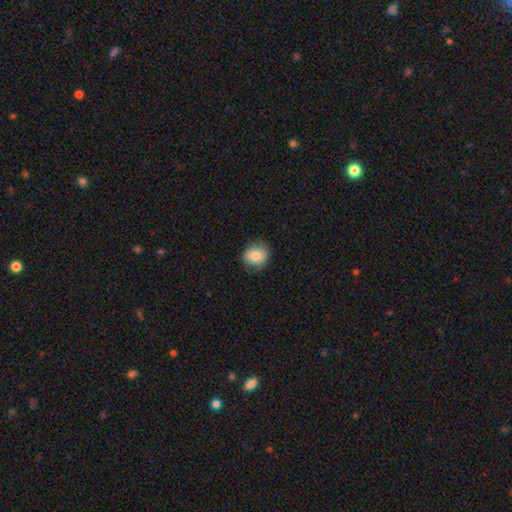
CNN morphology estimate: Smooth or featured? smooth (79%)
How rounded? round (77%)
Merging? none (83%)